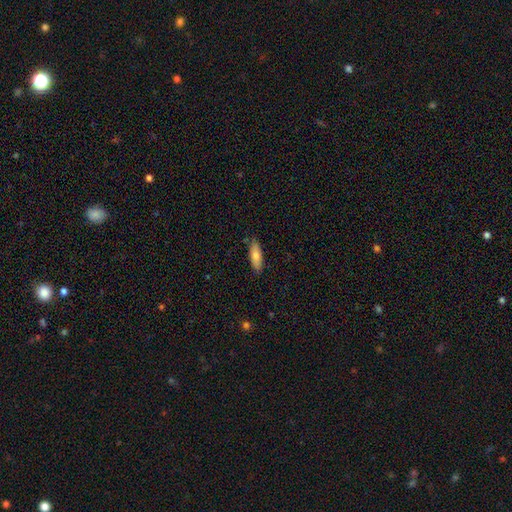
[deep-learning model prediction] Q: Smooth or featured?
A: smooth (77%); runner-up: featured or disk (17%)
Q: How rounded?
A: in between (57%); runner-up: cigar-shaped (41%)
Q: Merging?
A: none (85%); runner-up: minor disturbance (12%)